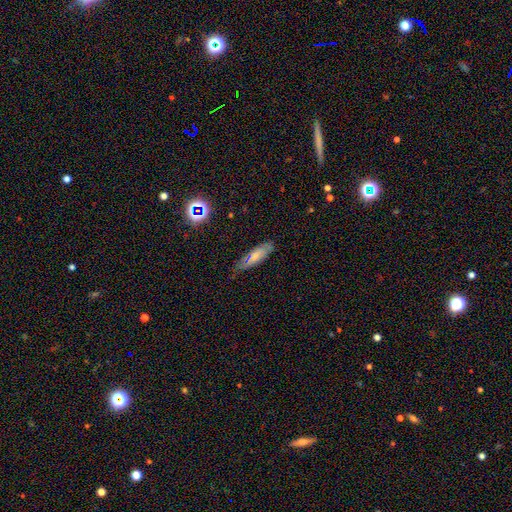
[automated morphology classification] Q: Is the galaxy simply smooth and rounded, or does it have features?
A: smooth — 52%.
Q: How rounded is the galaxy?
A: cigar-shaped — 61%.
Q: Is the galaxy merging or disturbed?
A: none — 66%.